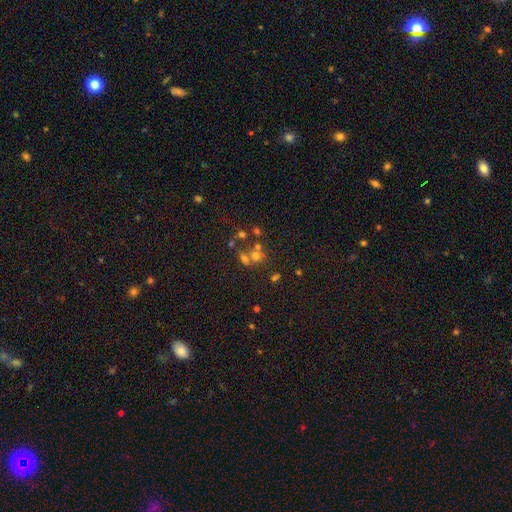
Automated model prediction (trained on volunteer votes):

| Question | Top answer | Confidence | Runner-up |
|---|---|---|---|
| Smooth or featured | smooth | 53% | star or artifact (28%) |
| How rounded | round | 78% | in between (21%) |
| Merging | merger | 44% | none (43%) |